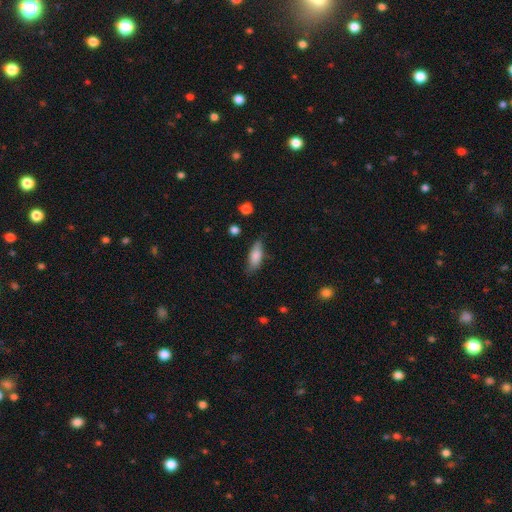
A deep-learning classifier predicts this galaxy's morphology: smooth_or_featured: smooth (p=0.80) [alt: featured or disk p=0.14]
how_rounded: in between (p=0.74) [alt: cigar-shaped p=0.23]
merging: none (p=0.71) [alt: minor disturbance p=0.23]